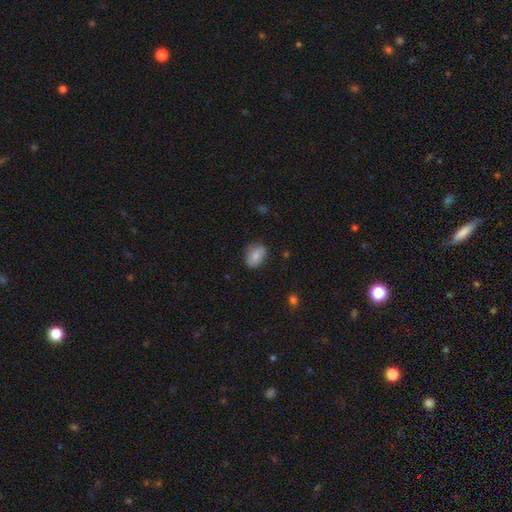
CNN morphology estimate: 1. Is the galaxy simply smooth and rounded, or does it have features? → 77% smooth, 16% featured or disk, 7% star or artifact.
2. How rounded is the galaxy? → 74% in between, 24% round, 1% cigar-shaped.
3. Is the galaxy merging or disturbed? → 77% none, 18% minor disturbance, 4% major disturbance, 1% merger.